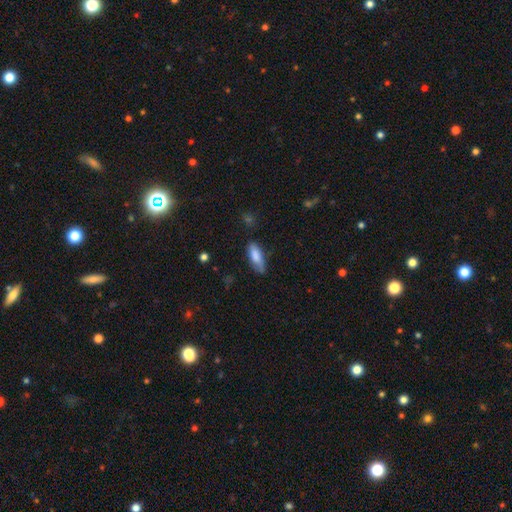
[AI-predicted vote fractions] A smooth galaxy with no disk features (79%) that is in between round and cigar-shaped (70%). Merging: none (64%).